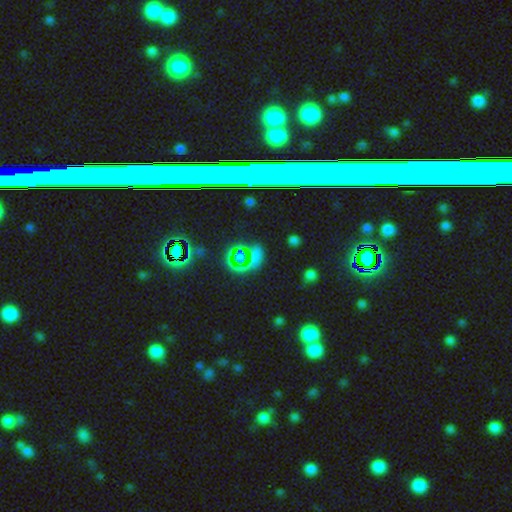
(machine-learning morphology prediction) smooth_or_featured: star or artifact (p=0.57) [alt: smooth p=0.31]